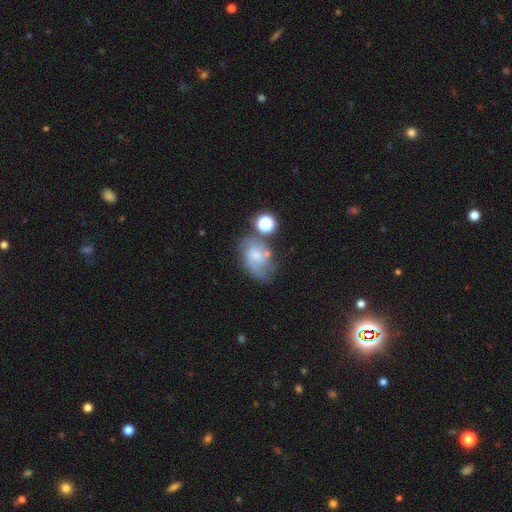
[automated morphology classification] Q: Smooth or featured?
A: featured or disk (44%); runner-up: smooth (42%)
Q: Merging?
A: none (40%); runner-up: minor disturbance (26%)